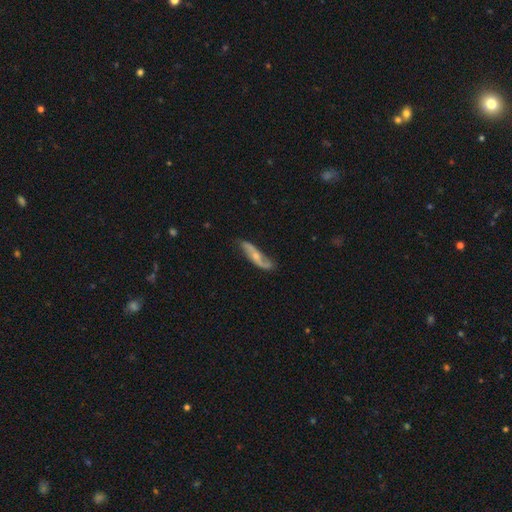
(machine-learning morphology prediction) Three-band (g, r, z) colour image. It shows a featured or disk galaxy (72%) with no bar (59%), 2 (88%) loose (71%) spiral arms (91%) and a small central bulge (57%). Merging: none (67%).